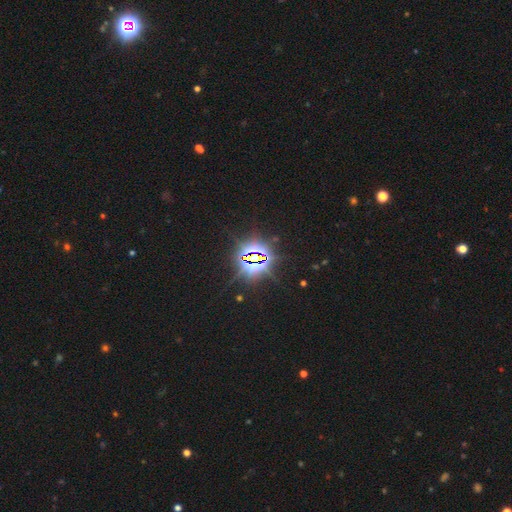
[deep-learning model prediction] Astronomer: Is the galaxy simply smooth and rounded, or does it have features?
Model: star or artifact — 85%.